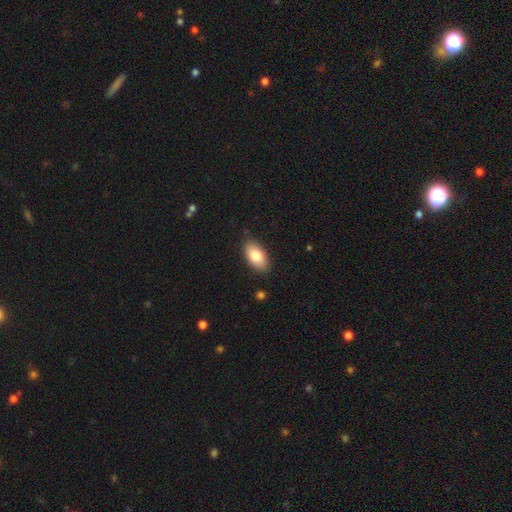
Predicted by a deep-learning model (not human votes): smooth-or-featured: smooth: 83% | featured or disk: 10% | star or artifact: 6%
  how-rounded: in between: 93% | round: 4% | cigar-shaped: 4%
  merging: none: 84% | minor disturbance: 13% | major disturbance: 2% | merger: 1%